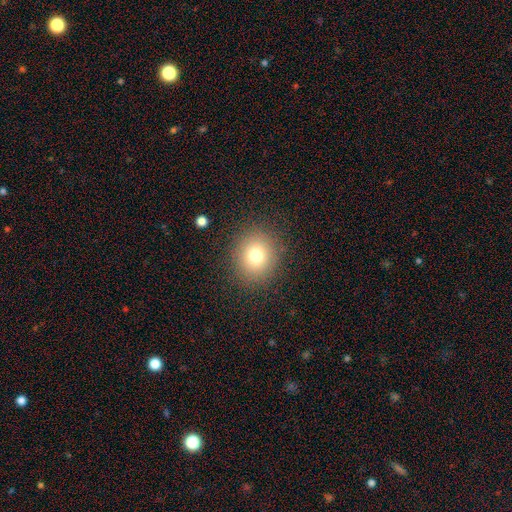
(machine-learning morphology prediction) smooth_or_featured: smooth (p=0.75) [alt: star or artifact p=0.14]
how_rounded: round (p=0.85) [alt: in between p=0.14]
merging: none (p=0.88) [alt: minor disturbance p=0.07]